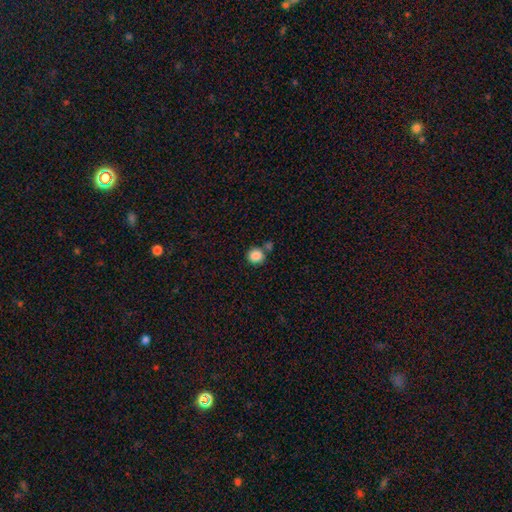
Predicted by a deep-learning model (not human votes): This is clearly a smooth galaxy (87%). How rounded: clearly round (91%). Merging: likely none (70%).